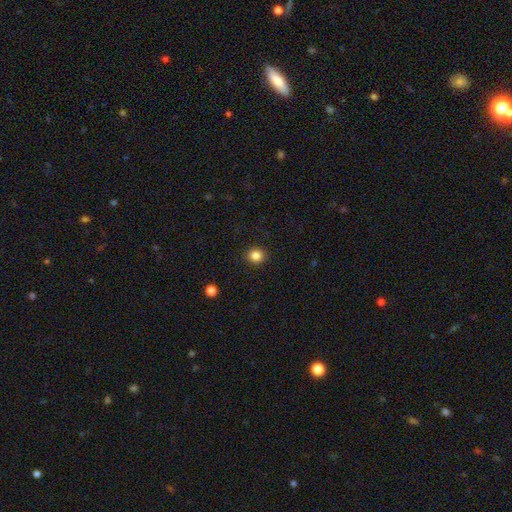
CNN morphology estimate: Smooth or featured? smooth (84%)
How rounded? round (89%)
Merging? none (92%)